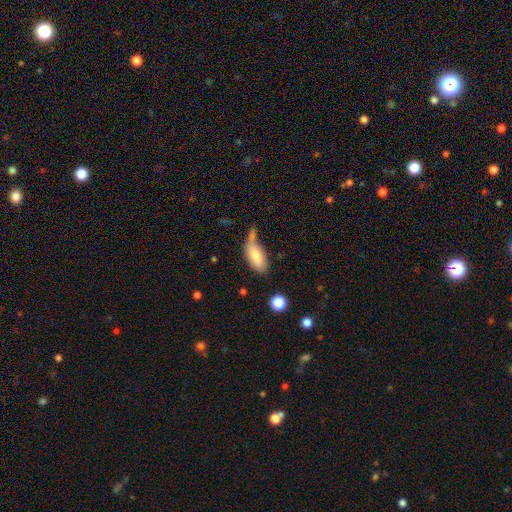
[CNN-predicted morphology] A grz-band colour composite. It shows a smooth galaxy with no disk features (75%) that is in between round and cigar-shaped (89%). Merging: none (38%).